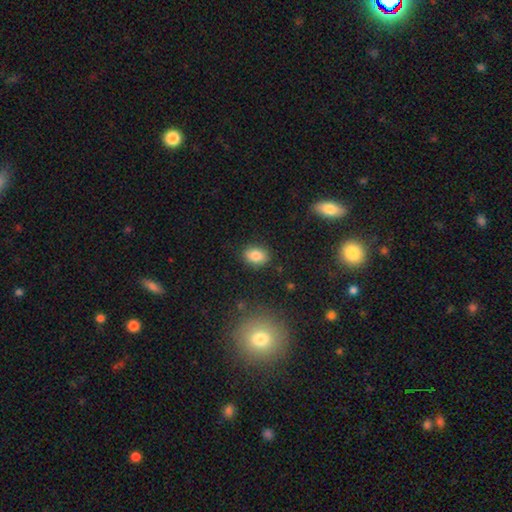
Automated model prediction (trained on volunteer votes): Smooth or featured? smooth (84%)
How rounded? in between (75%)
Merging? none (86%)